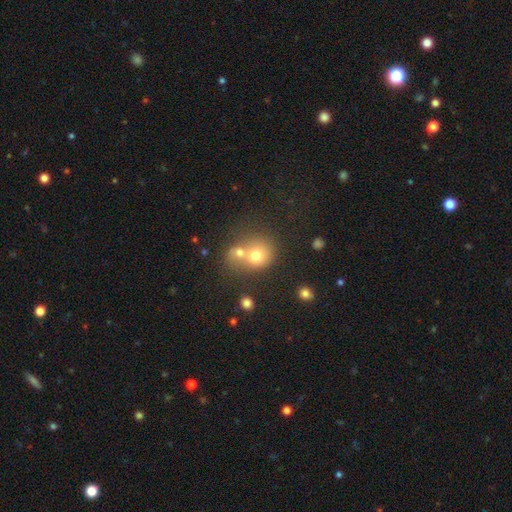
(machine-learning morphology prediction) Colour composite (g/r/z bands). It shows a smooth galaxy with no disk features (69%) that is round (72%). Merging: merger (60%).